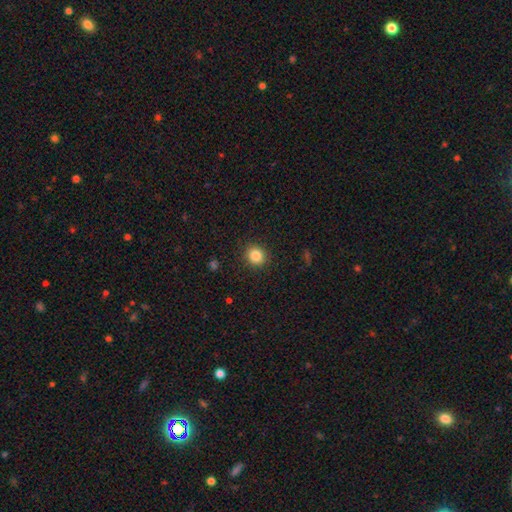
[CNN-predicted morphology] Smooth or featured?
  - smooth: 85% *
  - star or artifact: 10%
  - featured or disk: 5%
How rounded?
  - round: 85% *
  - in between: 14%
  - cigar-shaped: 1%
Merging?
  - none: 90% *
  - minor disturbance: 7%
  - major disturbance: 2%
  - merger: 1%